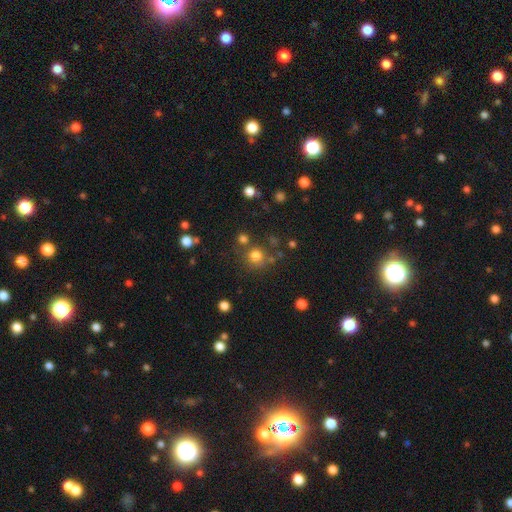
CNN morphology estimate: Q: Smooth or featured?
A: smooth (77%); runner-up: star or artifact (16%)
Q: How rounded?
A: round (91%); runner-up: in between (8%)
Q: Merging?
A: none (71%); runner-up: merger (14%)